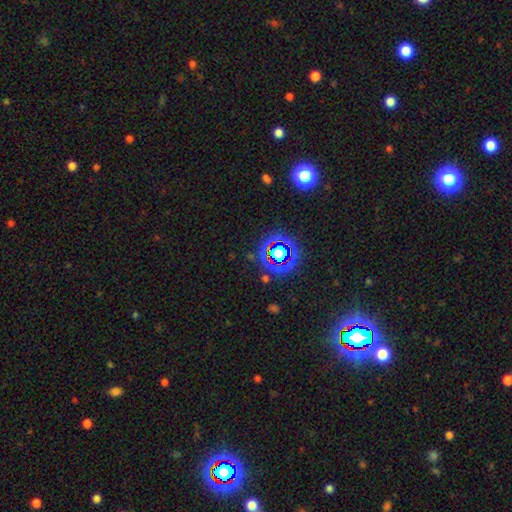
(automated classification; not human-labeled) smooth-or-featured: star or artifact: 79% | smooth: 13% | featured or disk: 8%